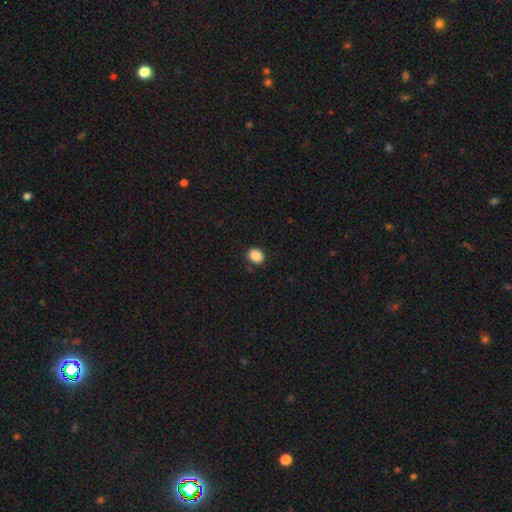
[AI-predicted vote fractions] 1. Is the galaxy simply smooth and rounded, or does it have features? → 88% smooth, 9% star or artifact, 3% featured or disk.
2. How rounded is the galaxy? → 56% round, 43% in between, 1% cigar-shaped.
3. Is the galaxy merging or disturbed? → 88% none, 9% minor disturbance, 2% major disturbance, 1% merger.